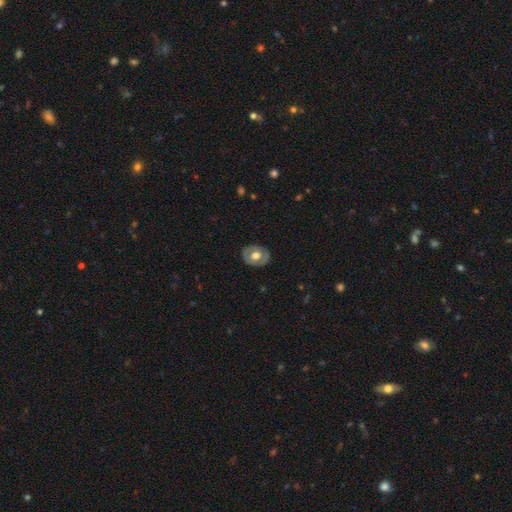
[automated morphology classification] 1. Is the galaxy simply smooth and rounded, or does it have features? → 48% smooth, 46% featured or disk, 6% star or artifact.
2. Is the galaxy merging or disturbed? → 84% none, 12% minor disturbance, 3% major disturbance, 1% merger.